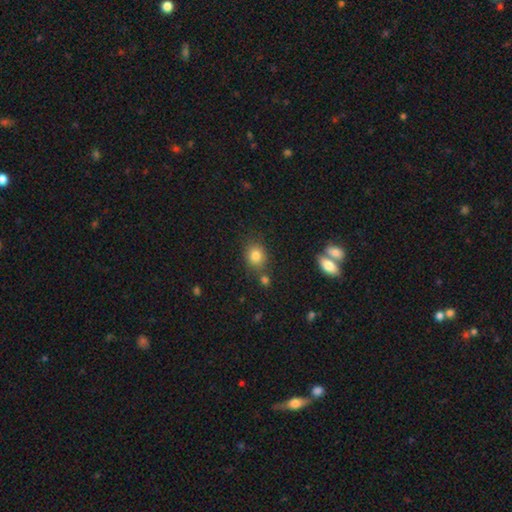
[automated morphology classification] Smooth or featured? smooth (82%)
How rounded? round (65%)
Merging? none (73%)